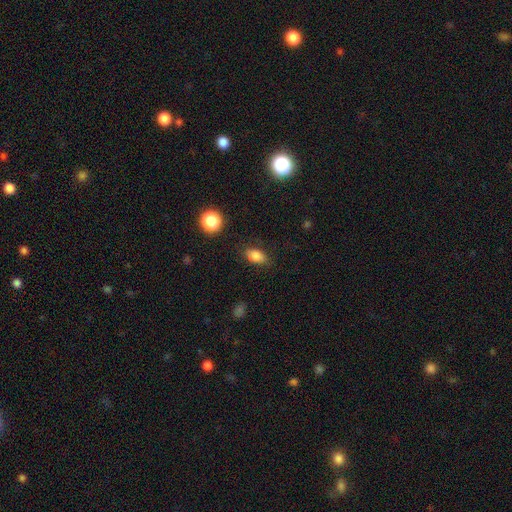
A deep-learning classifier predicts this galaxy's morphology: Smooth or featured?
  - smooth: 82% *
  - star or artifact: 10%
  - featured or disk: 7%
How rounded?
  - in between: 86% *
  - round: 10%
  - cigar-shaped: 4%
Merging?
  - none: 80% *
  - minor disturbance: 14%
  - major disturbance: 4%
  - merger: 1%